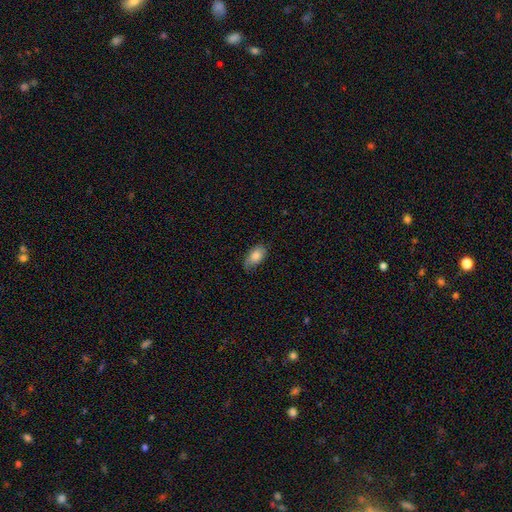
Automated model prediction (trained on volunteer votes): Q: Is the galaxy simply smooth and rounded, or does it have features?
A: smooth — 80%.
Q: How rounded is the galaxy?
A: in between — 93%.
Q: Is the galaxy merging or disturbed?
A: none — 67%.